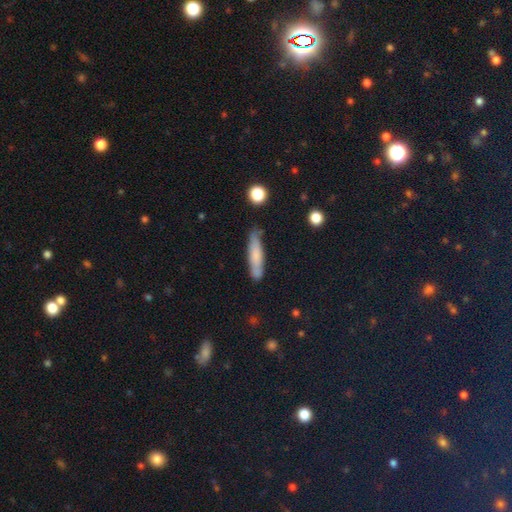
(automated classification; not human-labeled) Smooth or featured? Predicted: smooth (p=0.68). How rounded? Predicted: cigar-shaped (p=0.83). Merging? Predicted: none (p=0.74).